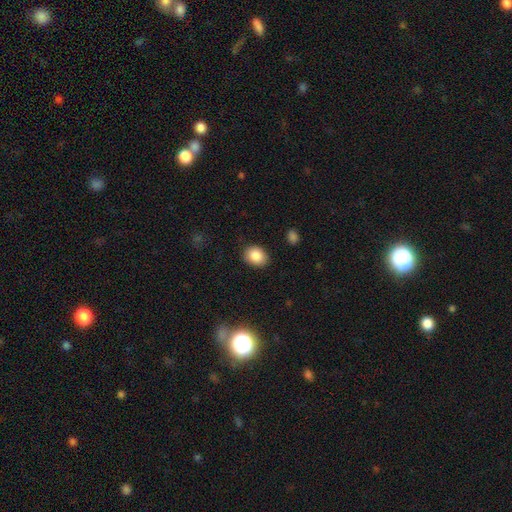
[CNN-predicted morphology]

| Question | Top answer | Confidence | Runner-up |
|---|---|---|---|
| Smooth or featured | smooth | 86% | star or artifact (8%) |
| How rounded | in between | 58% | round (41%) |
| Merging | none | 86% | minor disturbance (10%) |